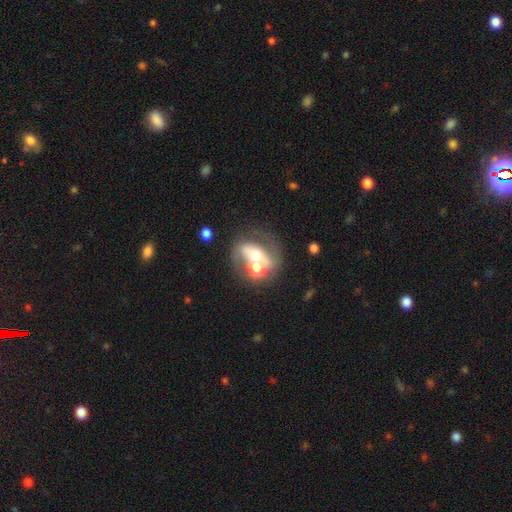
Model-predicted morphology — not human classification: A featured or disk galaxy (54%) with no bar (57%), no spiral arms (68%) and a moderate central bulge (55%).

Vote fractions:
- Smooth or featured? featured or disk: 54% / smooth: 34% / star or artifact: 11%
- Edge-on disk? no: 93% / yes: 7%
- Bar? no: 57% / strong: 24% / weak: 19%
- Spiral arms? no: 68% / yes: 32%
- Bulge size? moderate: 55% / large: 23% / small: 12% / dominant: 7% / none: 4%
- Merging? merger: 45% / none: 34% / minor disturbance: 11% / major disturbance: 10%